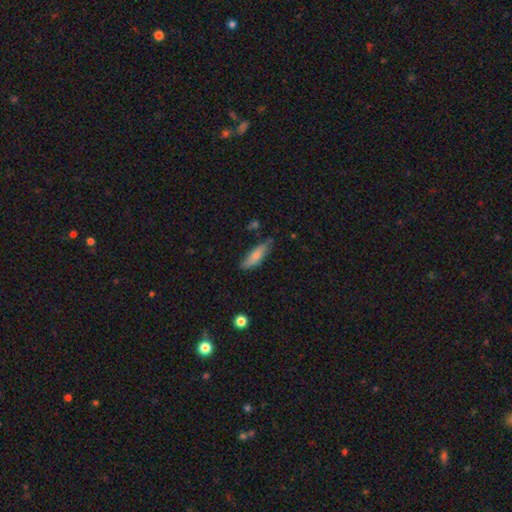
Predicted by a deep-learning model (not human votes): Q: Smooth or featured?
A: smooth (78%); runner-up: featured or disk (15%)
Q: How rounded?
A: in between (49%); tied with: cigar-shaped (49%)
Q: Merging?
A: none (70%); runner-up: minor disturbance (23%)